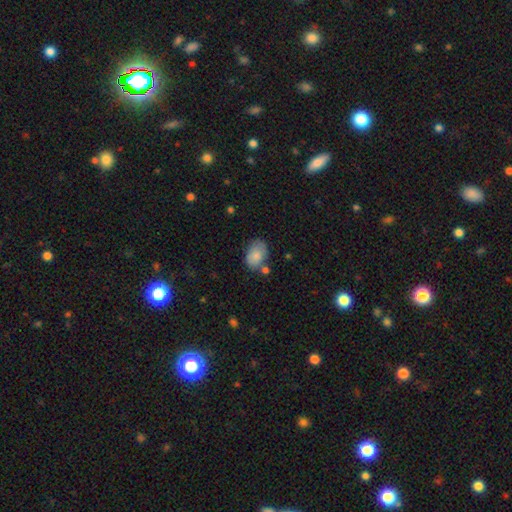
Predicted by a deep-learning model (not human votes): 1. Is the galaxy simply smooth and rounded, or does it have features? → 81% smooth, 11% featured or disk, 8% star or artifact.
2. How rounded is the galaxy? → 83% in between, 16% round, 1% cigar-shaped.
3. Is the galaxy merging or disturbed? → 57% none, 25% minor disturbance, 11% merger, 7% major disturbance.